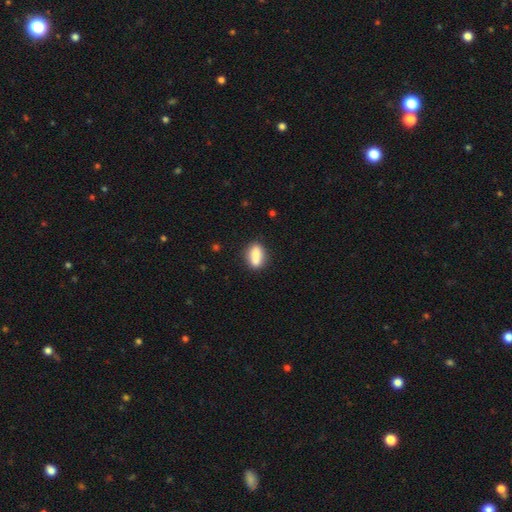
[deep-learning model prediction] Q: Smooth or featured?
A: smooth (80%); runner-up: featured or disk (12%)
Q: How rounded?
A: in between (73%); runner-up: cigar-shaped (15%)
Q: Merging?
A: none (70%); runner-up: minor disturbance (15%)